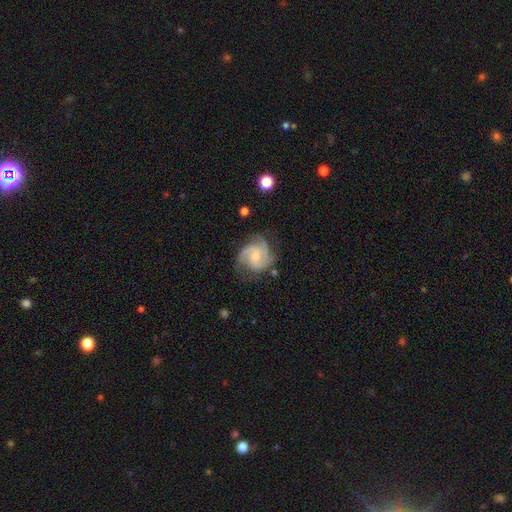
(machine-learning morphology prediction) The model was most divided on "spiral winding": medium: 45%, tight: 42%, loose: 13%. Remaining: edge-on disk — no (98%); spiral arms — yes (95%); smooth or featured — featured or disk (81%); bar — no (63%); merging — none (63%); bulge size — moderate (54%); spiral arm count — 3 (46%).